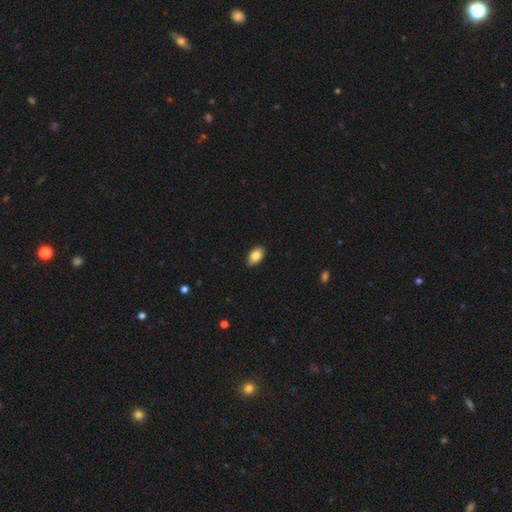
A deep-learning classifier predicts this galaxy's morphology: Overall: smooth (86%). How rounded: in between (92%). Merging: none (89%).